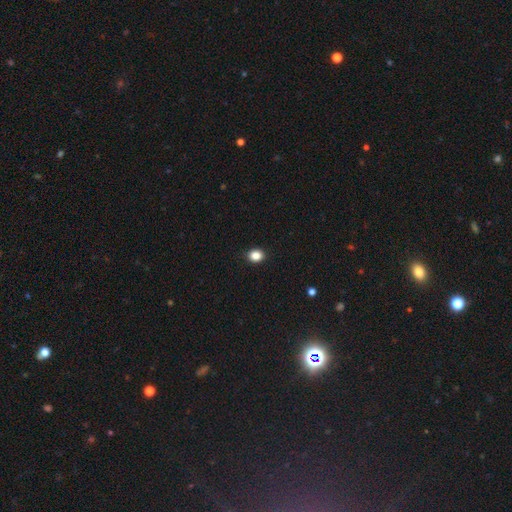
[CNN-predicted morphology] smooth_or_featured: smooth (p=0.86) [alt: star or artifact p=0.10]
how_rounded: round (p=0.56) [alt: in between p=0.43]
merging: none (p=0.91) [alt: minor disturbance p=0.06]